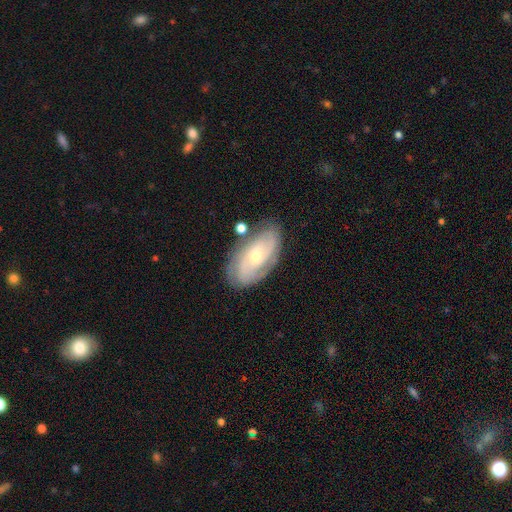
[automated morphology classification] Smooth or featured? Predicted: featured or disk (p=0.74). Edge-on disk? Predicted: no (p=0.94). Bar? Predicted: no (p=0.53). Spiral arms? Predicted: yes (p=0.89). Spiral winding? Predicted: tight (p=0.57). Spiral arm count? Predicted: can't tell (p=0.36). Bulge size? Predicted: small (p=0.61). Merging? Predicted: none (p=0.75).